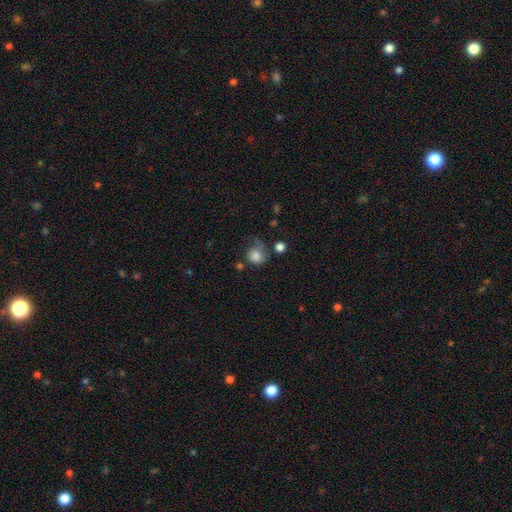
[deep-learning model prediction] The model was most divided on "merging": none: 44%, minor disturbance: 26%, major disturbance: 21%, merger: 9%. More confident: how rounded — round (83%); smooth or featured — smooth (79%).